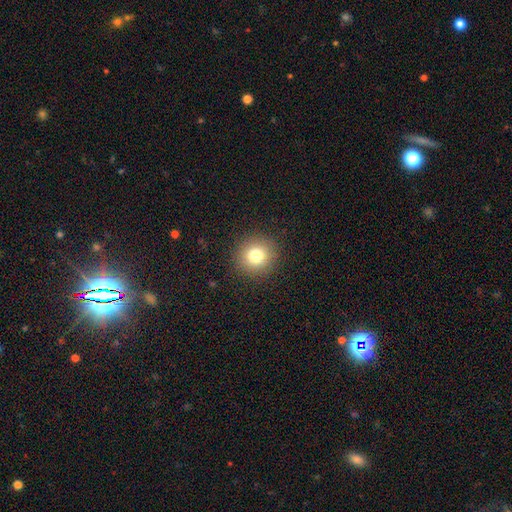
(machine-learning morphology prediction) This is likely a smooth galaxy (78%). How rounded: clearly round (93%). Merging: clearly none (91%).